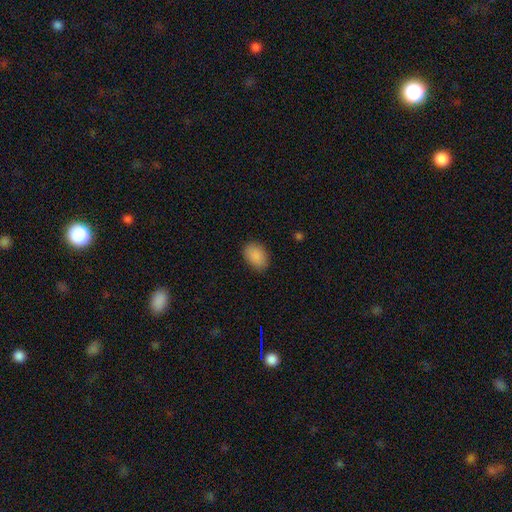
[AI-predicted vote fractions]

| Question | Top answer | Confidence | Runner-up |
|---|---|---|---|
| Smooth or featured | smooth | 88% | star or artifact (8%) |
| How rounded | in between | 77% | round (22%) |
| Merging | none | 83% | minor disturbance (13%) |